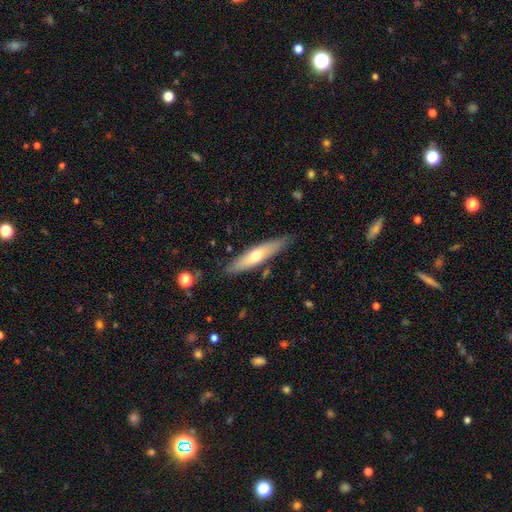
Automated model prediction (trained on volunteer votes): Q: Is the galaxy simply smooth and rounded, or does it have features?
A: smooth — 51%.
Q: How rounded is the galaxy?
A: cigar-shaped — 80%.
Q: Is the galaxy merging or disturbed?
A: none — 84%.